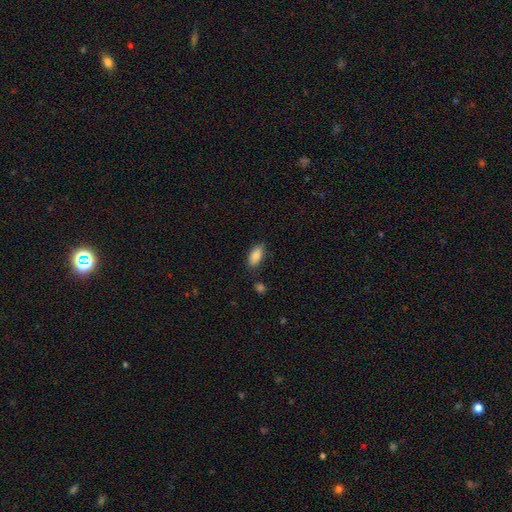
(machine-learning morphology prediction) A smooth galaxy with no disk features (88%) that is in between round and cigar-shaped (90%). Merging: none (78%).